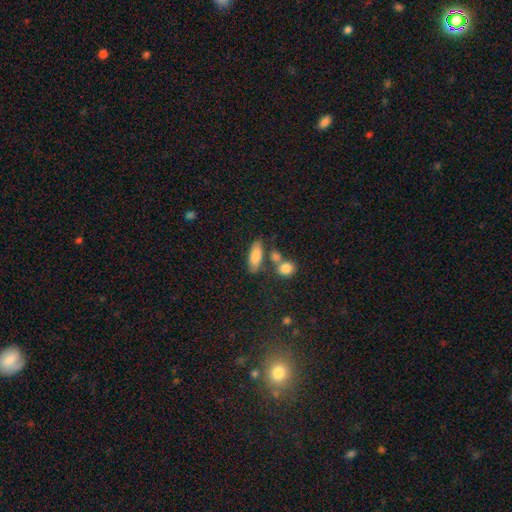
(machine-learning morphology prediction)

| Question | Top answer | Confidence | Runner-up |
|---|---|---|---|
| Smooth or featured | smooth | 81% | featured or disk (12%) |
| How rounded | in between | 72% | cigar-shaped (24%) |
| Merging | none | 63% | merger (18%) |